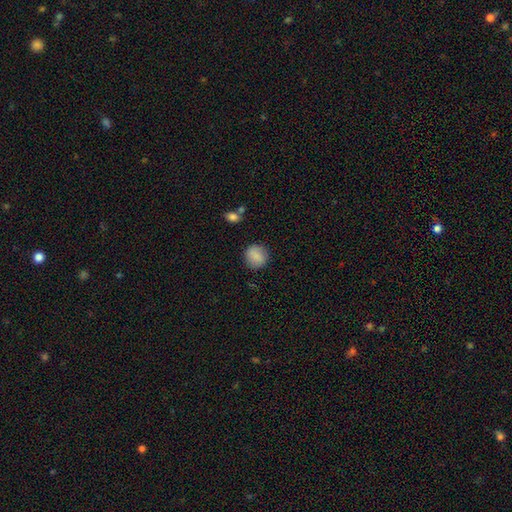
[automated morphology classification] Q: Smooth or featured?
A: smooth (85%); runner-up: featured or disk (8%)
Q: How rounded?
A: round (89%); runner-up: in between (10%)
Q: Merging?
A: none (86%); runner-up: minor disturbance (9%)